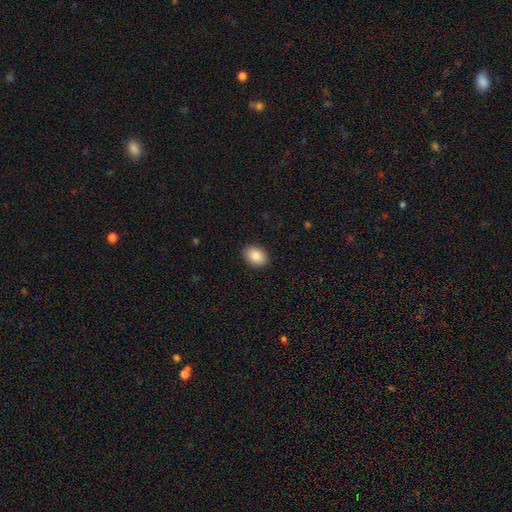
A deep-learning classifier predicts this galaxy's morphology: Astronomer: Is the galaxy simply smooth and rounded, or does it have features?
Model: smooth — 87%.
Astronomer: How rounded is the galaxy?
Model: in between — 73%.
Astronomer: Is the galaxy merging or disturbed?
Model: none — 90%.